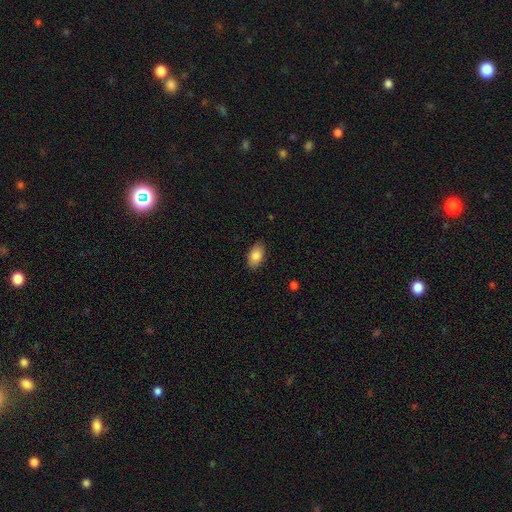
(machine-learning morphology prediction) Q: Smooth or featured?
A: smooth (86%); runner-up: star or artifact (7%)
Q: How rounded?
A: in between (92%); runner-up: round (6%)
Q: Merging?
A: none (86%); runner-up: minor disturbance (10%)